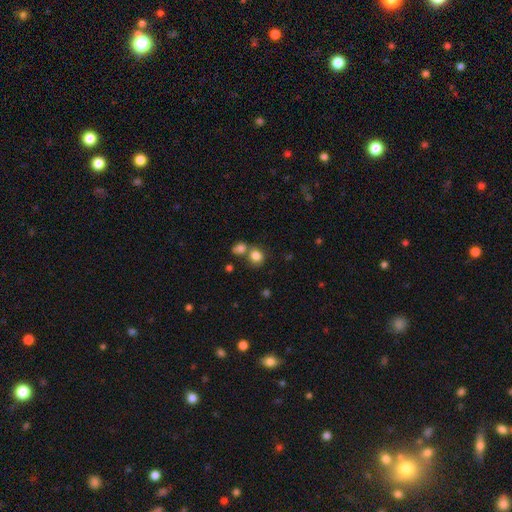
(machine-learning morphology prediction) A smooth galaxy with no disk features (82%) that is round (79%).

Vote fractions:
- Smooth or featured? smooth: 82% / star or artifact: 11% / featured or disk: 7%
- How rounded? round: 79% / in between: 20% / cigar-shaped: 1%
- Merging? none: 56% / merger: 31% / minor disturbance: 10% / major disturbance: 4%